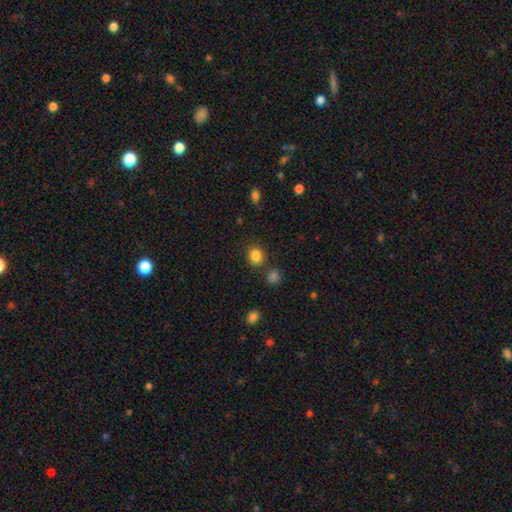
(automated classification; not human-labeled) Smooth or featured? smooth (85%)
How rounded? round (77%)
Merging? none (81%)